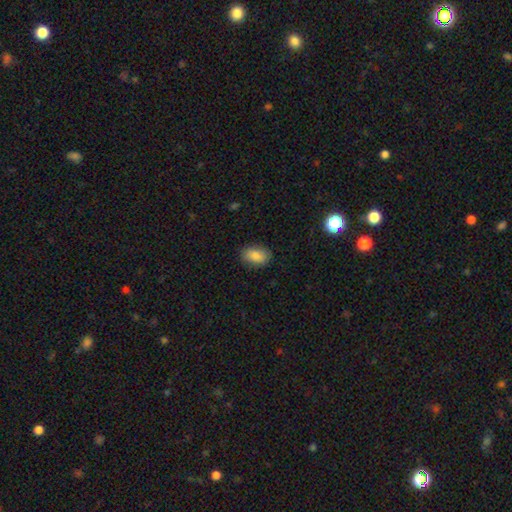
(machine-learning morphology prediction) This appears to be a smooth galaxy with no disk features (86%) that is in between round and cigar-shaped (90%). Merging: none (86%).